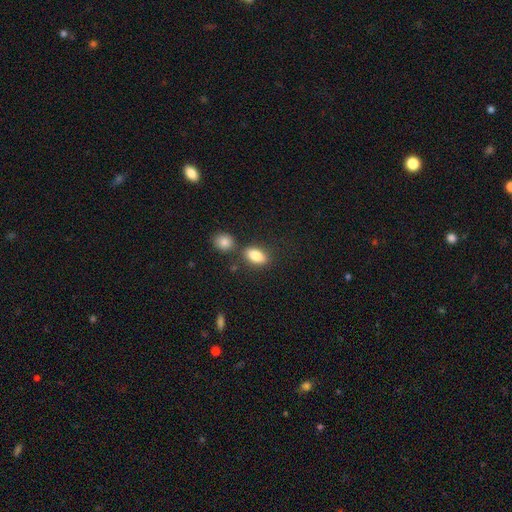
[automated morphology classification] Smooth or featured: smooth — 85% (star or artifact — 8%)
How rounded: in between — 86% (round — 8%)
Merging: none — 70% (merger — 15%)